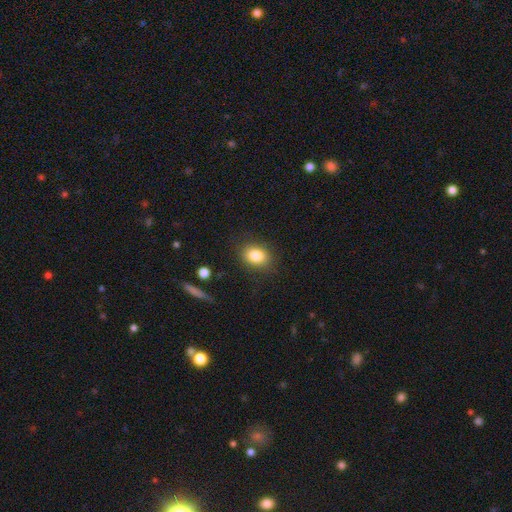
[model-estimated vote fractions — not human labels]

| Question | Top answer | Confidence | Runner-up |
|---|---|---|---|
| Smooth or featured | smooth | 82% | star or artifact (10%) |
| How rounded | in between | 60% | round (39%) |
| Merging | none | 85% | minor disturbance (10%) |